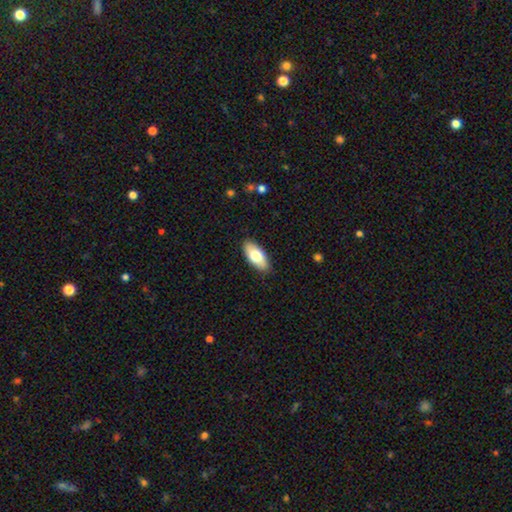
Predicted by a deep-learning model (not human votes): smooth_or_featured: smooth (p=0.74) [alt: featured or disk p=0.20]
how_rounded: in between (p=0.90) [alt: cigar-shaped p=0.08]
merging: none (p=0.88) [alt: minor disturbance p=0.09]